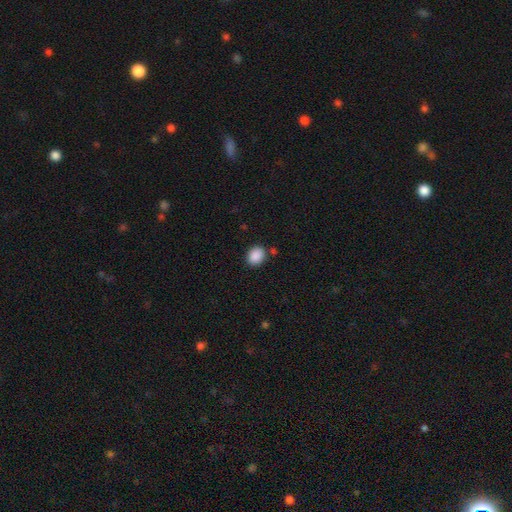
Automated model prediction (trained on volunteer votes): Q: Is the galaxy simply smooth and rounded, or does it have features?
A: smooth — 89%.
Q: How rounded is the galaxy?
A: in between — 53%.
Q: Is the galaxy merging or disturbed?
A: none — 82%.